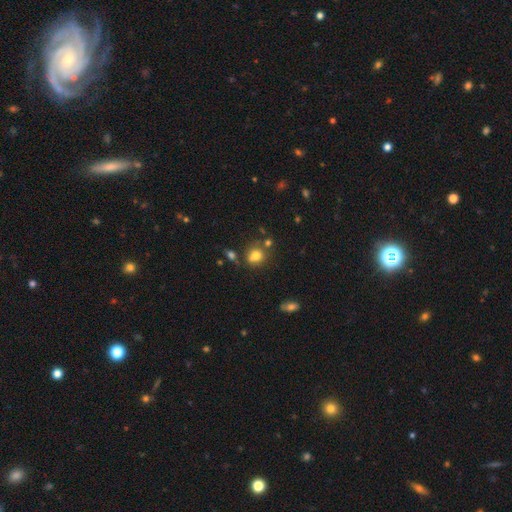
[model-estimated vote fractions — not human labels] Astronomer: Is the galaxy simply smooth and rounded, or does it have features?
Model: smooth — 76%.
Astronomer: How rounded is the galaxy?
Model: round — 70%.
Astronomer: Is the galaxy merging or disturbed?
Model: none — 61%.